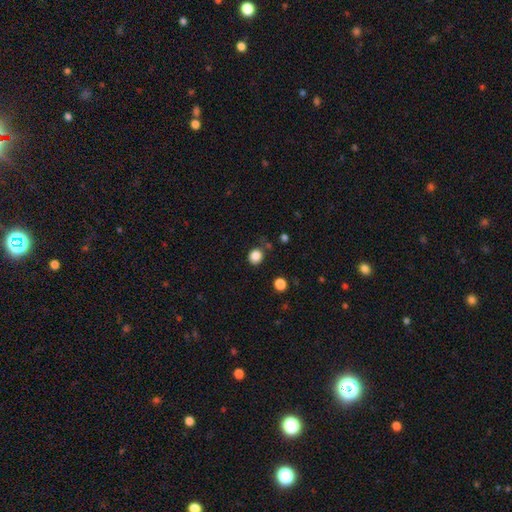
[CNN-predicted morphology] Smooth or featured?
  - smooth: 85% *
  - star or artifact: 11%
  - featured or disk: 4%
How rounded?
  - round: 86% *
  - in between: 14%
  - cigar-shaped: 1%
Merging?
  - none: 81% *
  - minor disturbance: 11%
  - merger: 4%
  - major disturbance: 4%